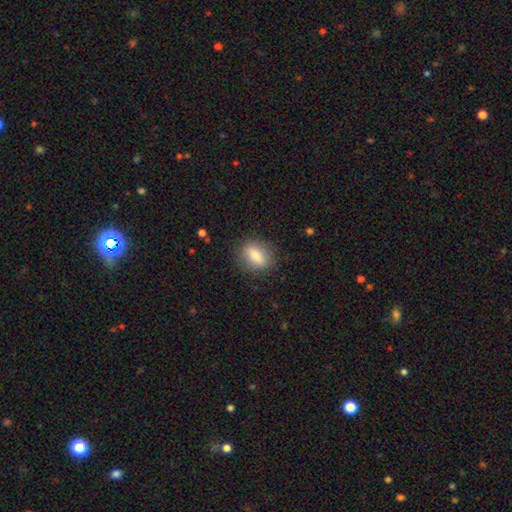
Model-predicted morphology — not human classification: A smooth galaxy with no disk features (82%) that is in between round and cigar-shaped (73%).

Vote fractions:
- Smooth or featured? smooth: 82% / featured or disk: 10% / star or artifact: 8%
- How rounded? in between: 73% / round: 20% / cigar-shaped: 7%
- Merging? none: 85% / minor disturbance: 11% / major disturbance: 4% / merger: 1%